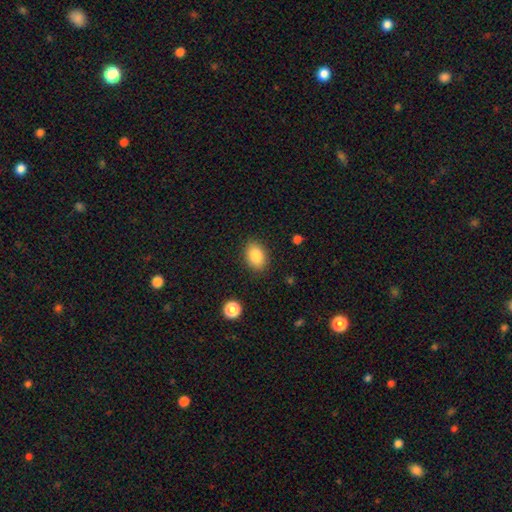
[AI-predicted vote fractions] Smooth or featured? Predicted: smooth (p=0.84). How rounded? Predicted: in between (p=0.80). Merging? Predicted: none (p=0.87).